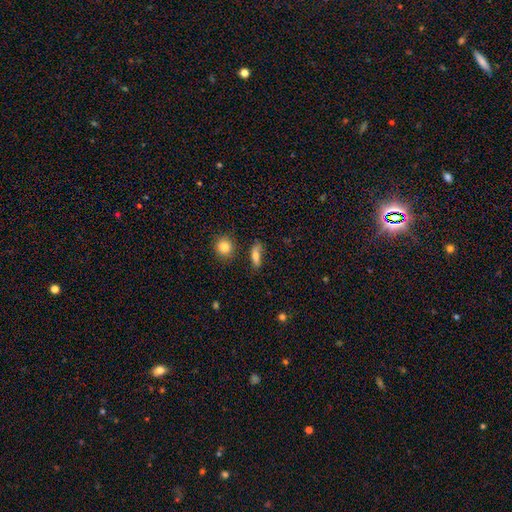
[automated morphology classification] A smooth galaxy with no disk features (74%) that is in between round and cigar-shaped (55%).

Vote fractions:
- Smooth or featured? smooth: 74% / featured or disk: 16% / star or artifact: 10%
- How rounded? in between: 55% / cigar-shaped: 37% / round: 8%
- Merging? none: 67% / minor disturbance: 21% / major disturbance: 8% / merger: 4%